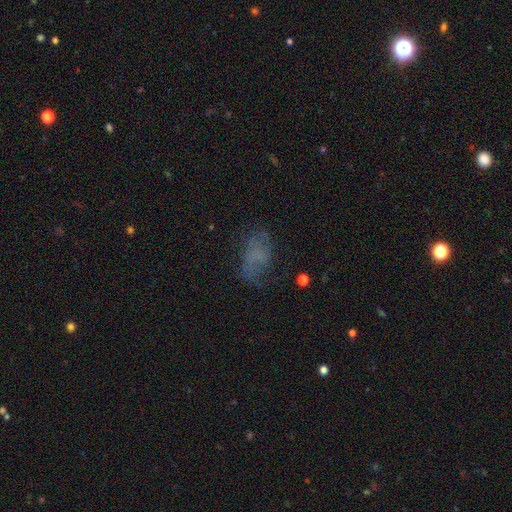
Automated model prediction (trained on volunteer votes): This appears to be a smooth galaxy with no disk features (46%). Merging: none (53%).